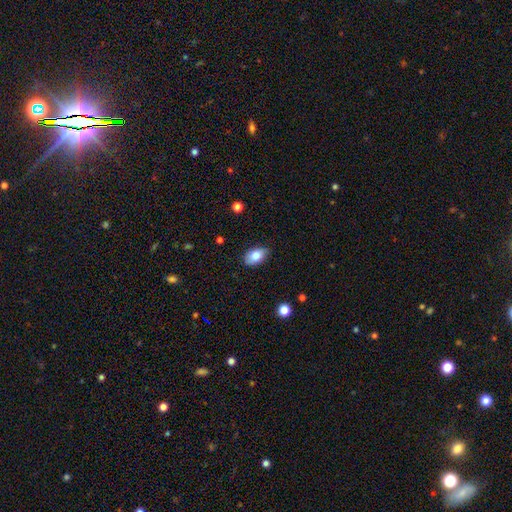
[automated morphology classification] smooth_or_featured: smooth (p=0.81) [alt: featured or disk p=0.11]
how_rounded: in between (p=0.90) [alt: round p=0.08]
merging: none (p=0.80) [alt: minor disturbance p=0.16]